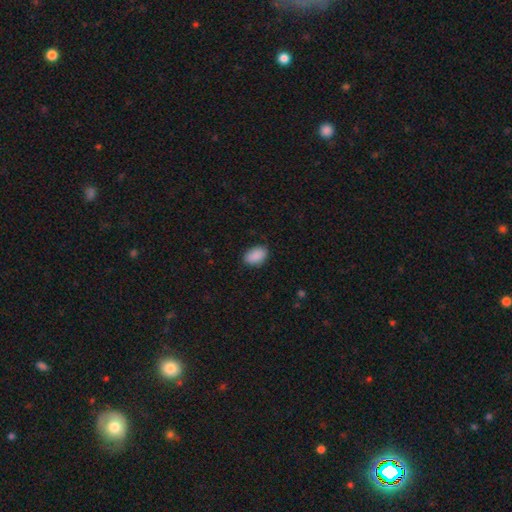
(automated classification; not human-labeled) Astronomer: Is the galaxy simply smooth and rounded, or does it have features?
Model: smooth — 90%.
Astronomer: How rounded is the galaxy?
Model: in between — 88%.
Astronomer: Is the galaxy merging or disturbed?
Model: none — 86%.